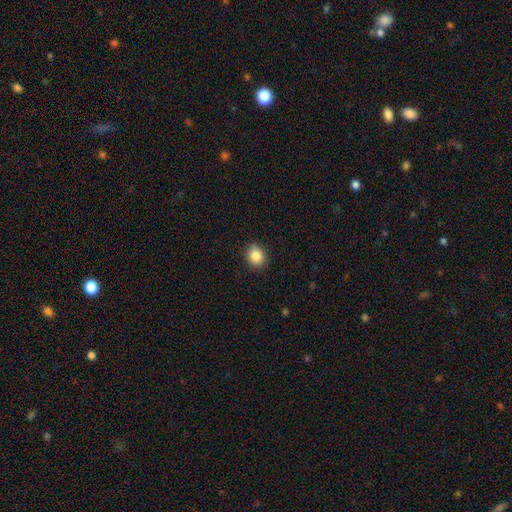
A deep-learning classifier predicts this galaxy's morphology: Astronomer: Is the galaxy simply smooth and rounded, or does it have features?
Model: smooth — 87%.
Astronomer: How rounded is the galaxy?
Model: round — 68%.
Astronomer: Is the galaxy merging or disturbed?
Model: none — 89%.